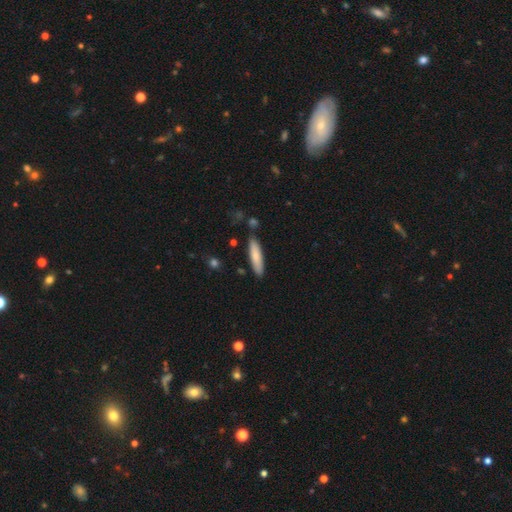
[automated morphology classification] This is likely a smooth galaxy (77%). How rounded: likely cigar-shaped (75%). Merging: clearly none (82%).